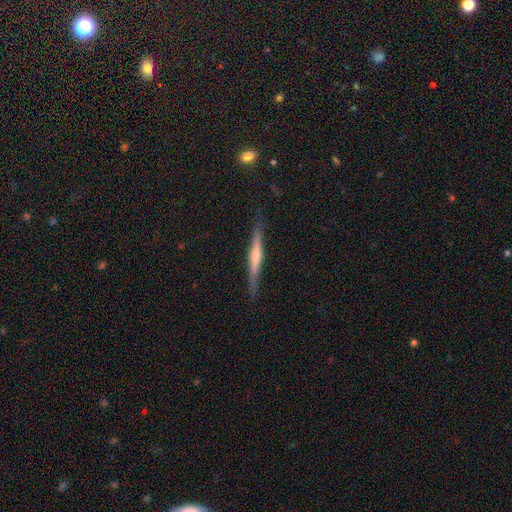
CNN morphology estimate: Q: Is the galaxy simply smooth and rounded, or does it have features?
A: featured or disk — 68%.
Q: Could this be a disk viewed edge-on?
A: yes — 97%.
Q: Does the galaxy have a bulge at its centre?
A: rounded — 62%.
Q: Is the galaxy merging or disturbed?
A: none — 87%.